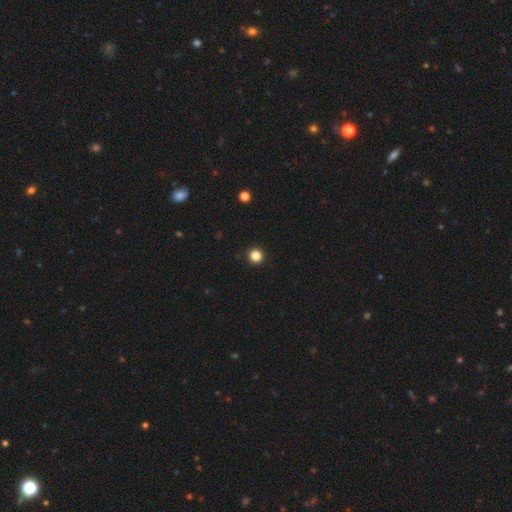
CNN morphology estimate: A smooth galaxy with no disk features (85%) that is round (96%). Merging: none (94%).